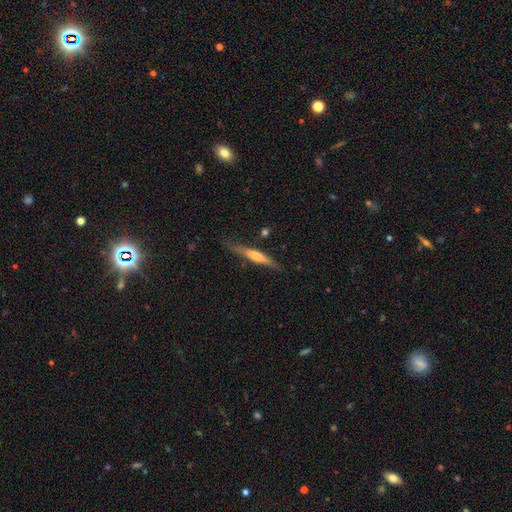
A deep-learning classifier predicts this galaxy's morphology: Smooth or featured? Predicted: featured or disk (p=0.67). Edge-on disk? Predicted: yes (p=0.96). Edge-on bulge? Predicted: rounded (p=0.74). Merging? Predicted: none (p=0.78).